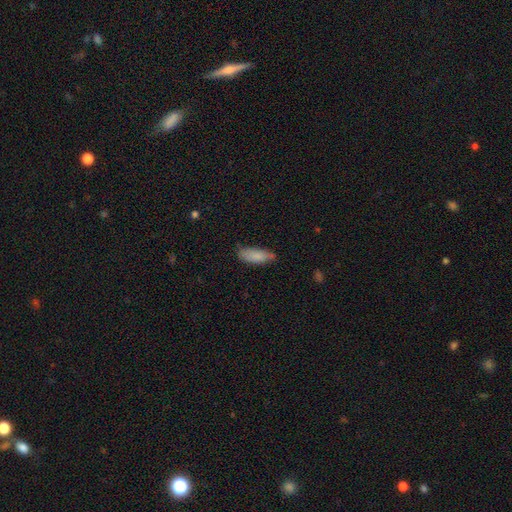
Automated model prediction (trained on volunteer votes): The model was most divided on "how rounded": in between: 67%, cigar-shaped: 31%, round: 2%. More confident: smooth or featured — smooth (85%); merging — none (68%).